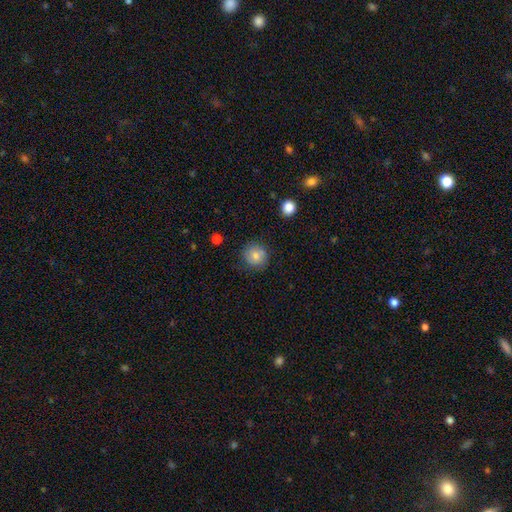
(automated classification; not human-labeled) smooth 78%, featured or disk 12%, star or artifact 10%. Down the decision tree: how rounded — round (90%); merging — none (83%).